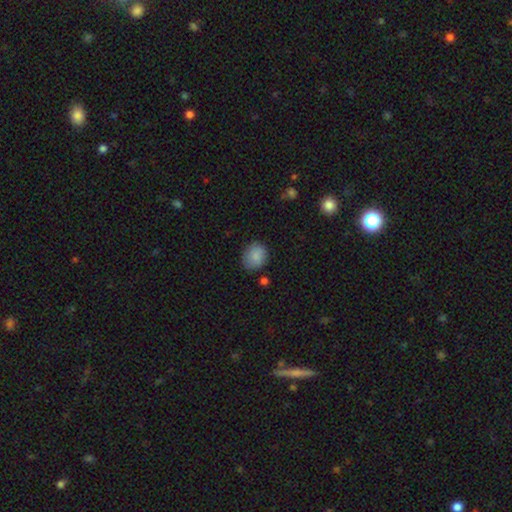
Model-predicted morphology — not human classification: Smooth or featured? smooth (86%)
How rounded? round (62%)
Merging? none (77%)